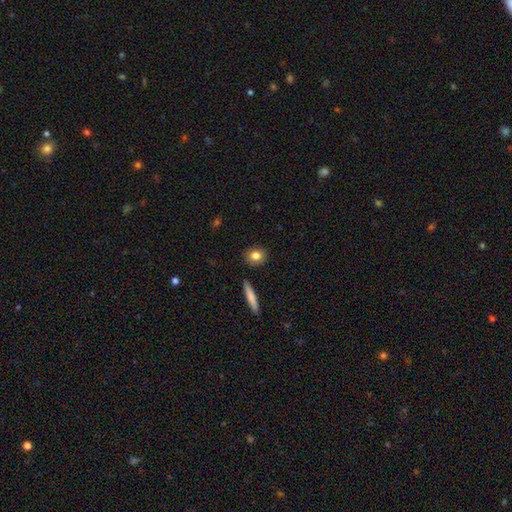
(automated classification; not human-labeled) smooth-or-featured: smooth: 81% | featured or disk: 11% | star or artifact: 8%
  how-rounded: round: 56% | in between: 40% | cigar-shaped: 4%
  merging: none: 88% | minor disturbance: 8% | major disturbance: 2% | merger: 2%